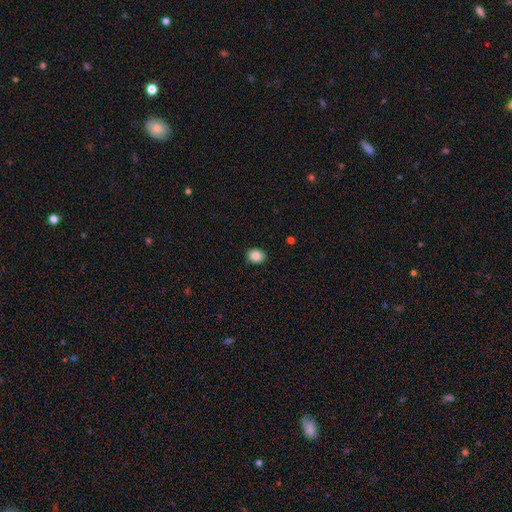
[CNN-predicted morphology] smooth_or_featured: smooth (p=0.85) [alt: star or artifact p=0.09]
how_rounded: round (p=0.61) [alt: in between p=0.38]
merging: none (p=0.89) [alt: minor disturbance p=0.08]